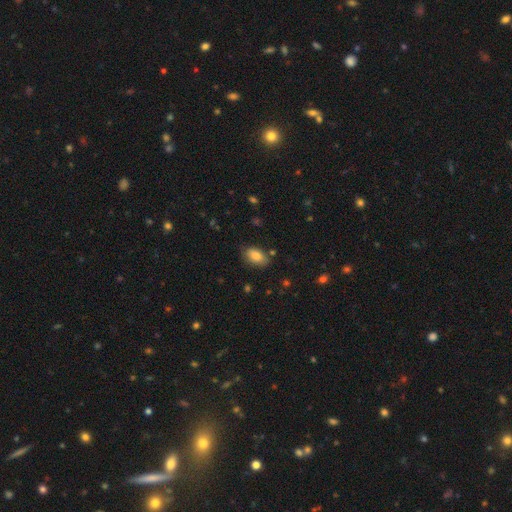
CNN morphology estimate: smooth-or-featured: smooth: 82% | featured or disk: 10% | star or artifact: 8%
  how-rounded: in between: 90% | round: 8% | cigar-shaped: 2%
  merging: none: 79% | minor disturbance: 15% | major disturbance: 3% | merger: 3%